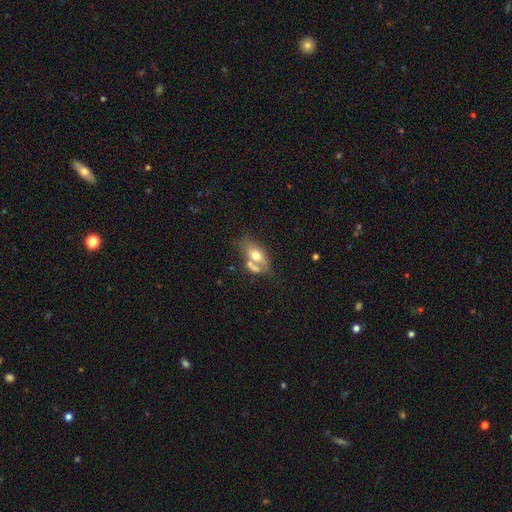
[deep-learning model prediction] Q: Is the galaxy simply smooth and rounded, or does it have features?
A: smooth — 59%.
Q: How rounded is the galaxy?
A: in between — 82%.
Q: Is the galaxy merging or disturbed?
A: merger — 45%.